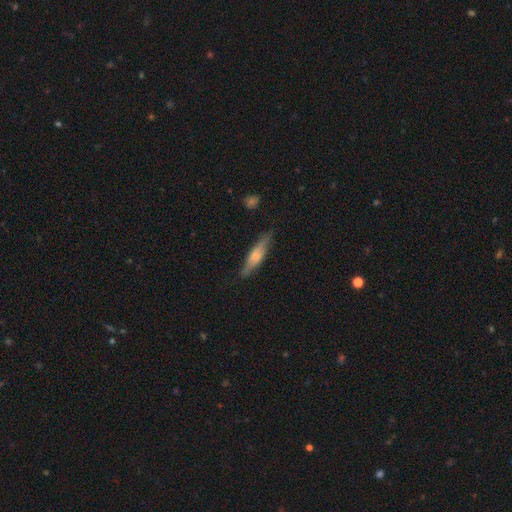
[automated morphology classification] The model was most divided on "smooth or featured": smooth: 54%, featured or disk: 39%, star or artifact: 6%. More confident: merging — none (79%); how rounded — cigar-shaped (76%).